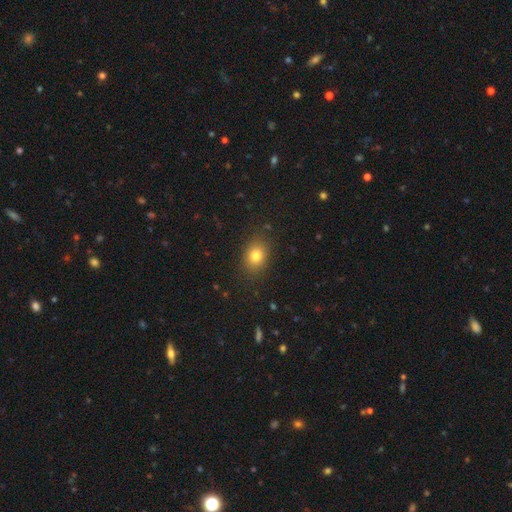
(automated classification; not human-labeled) A smooth galaxy with no disk features (80%) that is in between round and cigar-shaped (63%).

Vote fractions:
- Smooth or featured? smooth: 80% / star or artifact: 11% / featured or disk: 9%
- How rounded? in between: 63% / round: 36% / cigar-shaped: 1%
- Merging? none: 86% / minor disturbance: 10% / major disturbance: 3% / merger: 1%